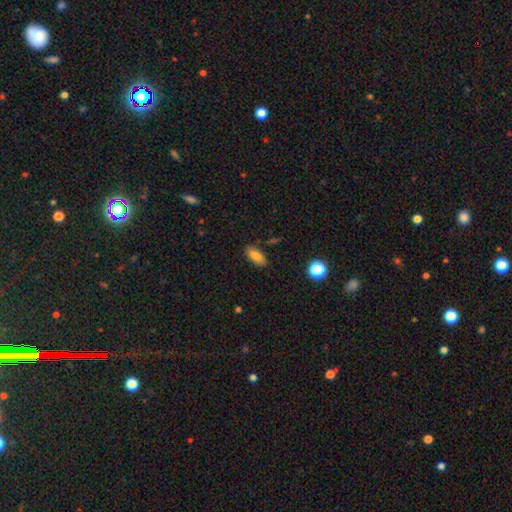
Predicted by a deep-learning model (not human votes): A smooth galaxy with no disk features (82%) that is in between round and cigar-shaped (81%).

Vote fractions:
- Smooth or featured? smooth: 82% / star or artifact: 9% / featured or disk: 9%
- How rounded? in between: 81% / cigar-shaped: 16% / round: 4%
- Merging? none: 85% / minor disturbance: 11% / major disturbance: 2% / merger: 2%